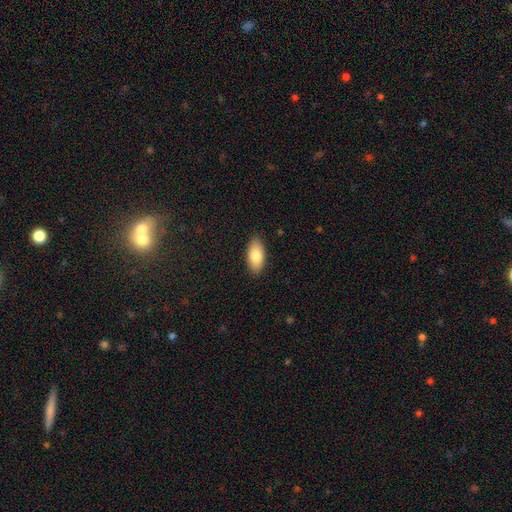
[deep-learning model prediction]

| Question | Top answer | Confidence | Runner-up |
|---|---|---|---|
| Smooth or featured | smooth | 83% | featured or disk (11%) |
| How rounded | in between | 92% | cigar-shaped (5%) |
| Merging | none | 88% | minor disturbance (9%) |